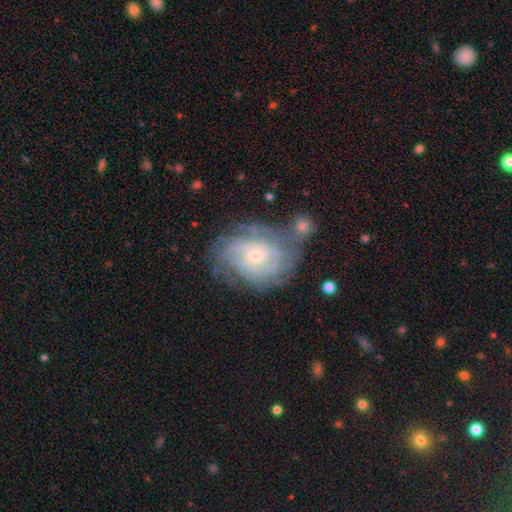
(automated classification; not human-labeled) Overall: featured or disk (81%). Edge-on disk: no (97%). Bar: no (76%). Spiral arms: yes (92%). Spiral arm count: can't tell (44%; 4 17%). Spiral winding: tight (69%). Bulge size: small (74%). Merging: none (56%; minor disturbance 20%).